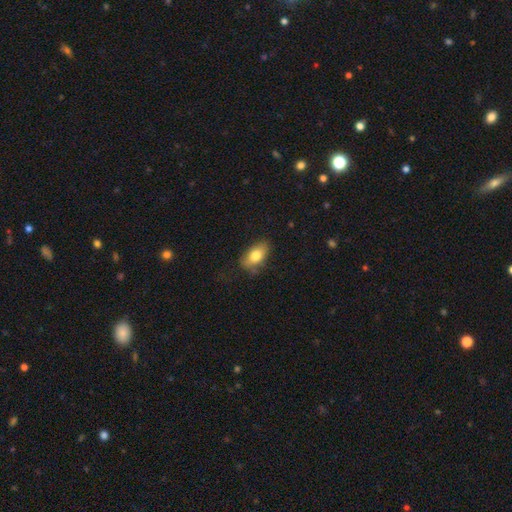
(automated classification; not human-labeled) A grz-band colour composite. It shows a smooth galaxy with no disk features (78%) that is in between round and cigar-shaped (90%). Merging: none (69%).